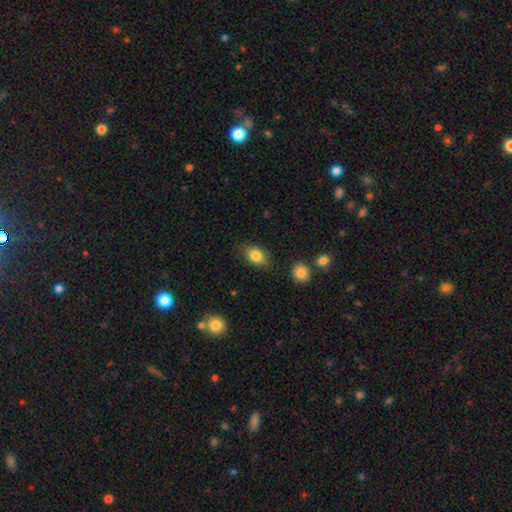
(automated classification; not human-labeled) Smooth or featured? Predicted: smooth (p=0.82). How rounded? Predicted: in between (p=0.78). Merging? Predicted: none (p=0.77).